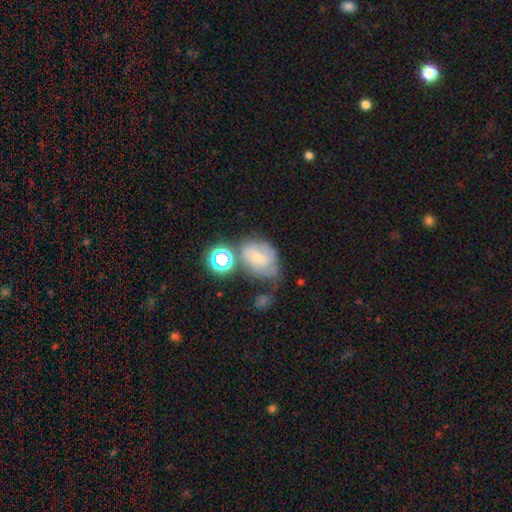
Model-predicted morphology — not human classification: The model was most divided on "merging": none: 34%, minor disturbance: 27%, major disturbance: 20%, merger: 18%. Remaining: smooth or featured — smooth (49%).